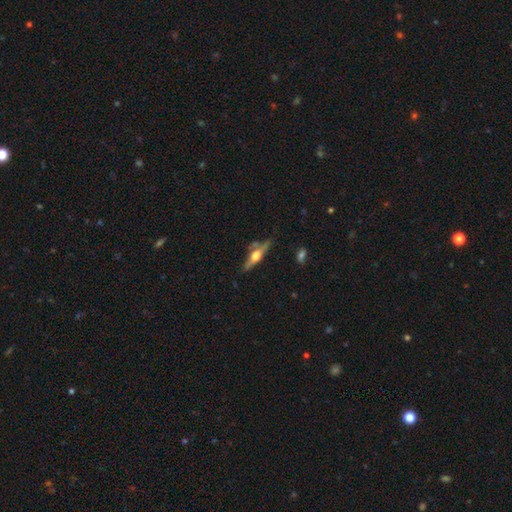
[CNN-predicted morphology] This appears to be a featured or disk galaxy (64%) viewed edge-on (92%) with a rounded central bulge (91%). Merging: none (65%).